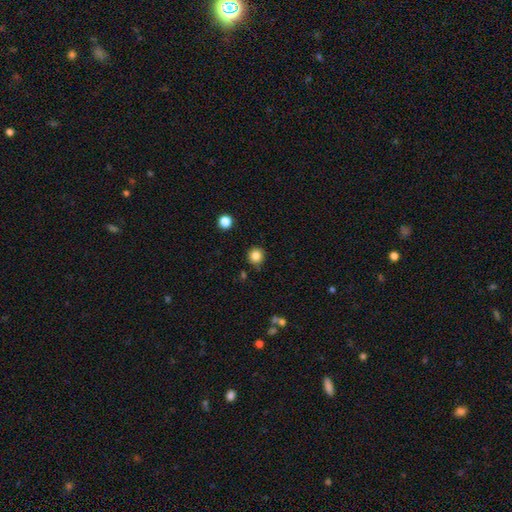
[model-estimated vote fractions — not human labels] Smooth or featured: smooth — 84% (star or artifact — 11%)
How rounded: round — 94% (in between — 5%)
Merging: none — 88% (minor disturbance — 7%)